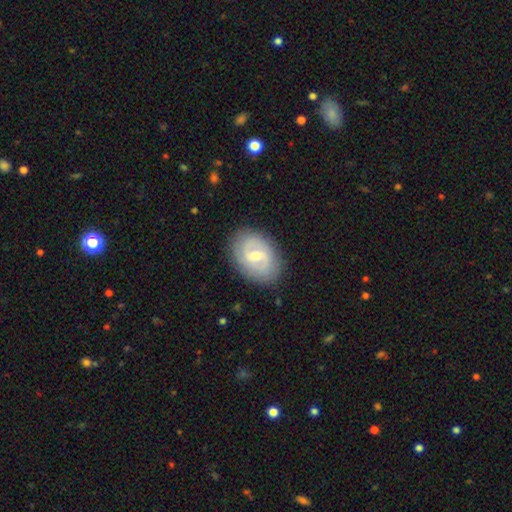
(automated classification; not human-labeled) Smooth or featured?
  - featured or disk: 71% *
  - smooth: 23%
  - star or artifact: 6%
Edge-on disk?
  - no: 96% *
  - yes: 4%
Bar?
  - weak: 55% *
  - no: 32%
  - strong: 13%
Spiral arms?
  - yes: 84% *
  - no: 16%
Spiral winding?
  - tight: 42% *
  - medium: 41%
  - loose: 17%
Spiral arm count?
  - 2: 75% *
  - can't tell: 15%
  - 3: 4%
  - 1: 2%
  - 4: 2%
  - more than 4: 1%
Bulge size?
  - moderate: 51% *
  - small: 45%
  - large: 2%
  - none: 1%
  - dominant: 1%
Merging?
  - none: 85% *
  - minor disturbance: 11%
  - major disturbance: 3%
  - merger: 1%